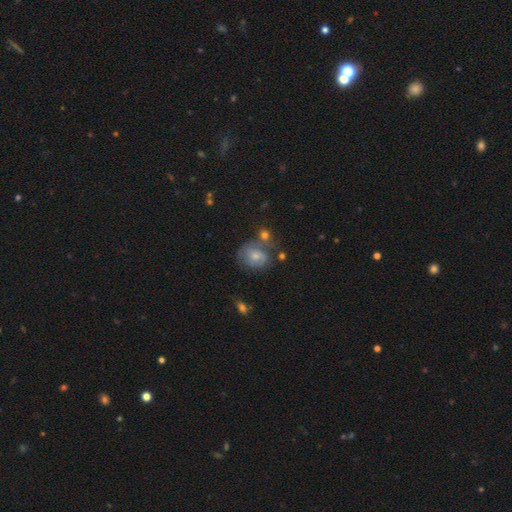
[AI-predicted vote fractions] Morphology: type=featured or disk (47%); merging=none (50%).